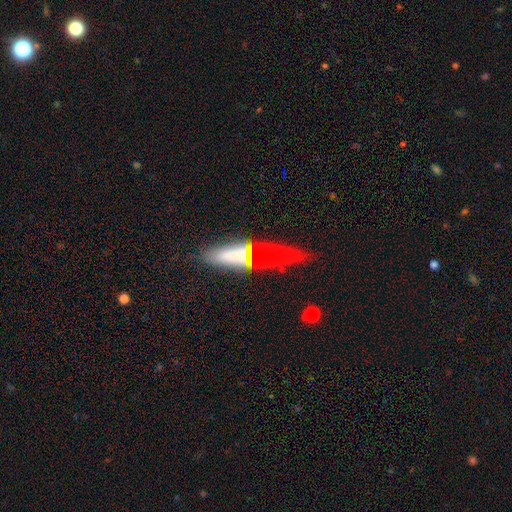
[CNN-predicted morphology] This appears to be a smooth galaxy with no disk features (52%) that is cigar-shaped (73%). Merging: none (62%).